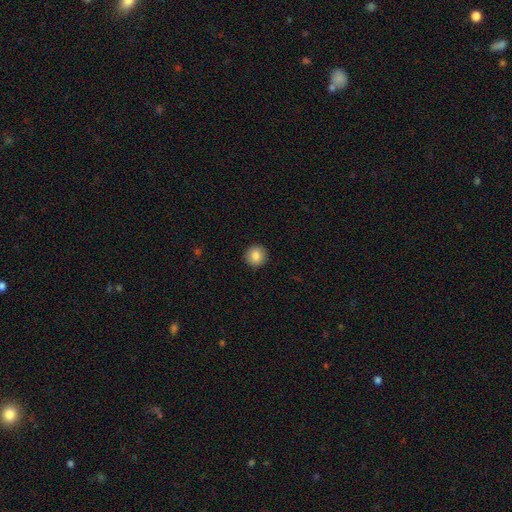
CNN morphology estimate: Smooth or featured: smooth — 85% (star or artifact — 9%)
How rounded: round — 94% (in between — 5%)
Merging: none — 93% (minor disturbance — 5%)